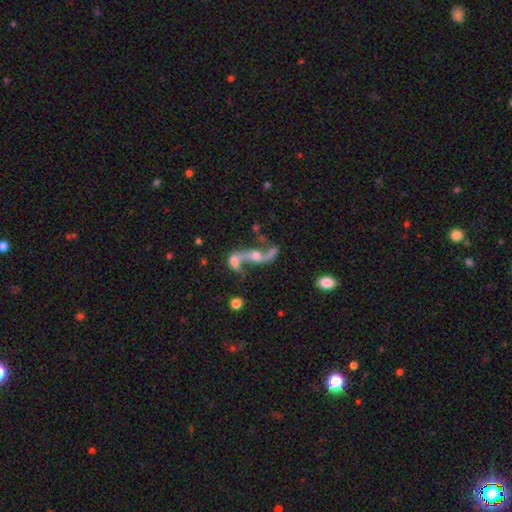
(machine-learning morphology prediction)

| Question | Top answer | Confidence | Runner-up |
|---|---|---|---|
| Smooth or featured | featured or disk | 74% | smooth (14%) |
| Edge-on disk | no | 88% | yes (12%) |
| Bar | no | 64% | weak (25%) |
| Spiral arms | yes | 76% | no (24%) |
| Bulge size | moderate | 44% | small (34%) |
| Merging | merger | 50% | none (28%) |